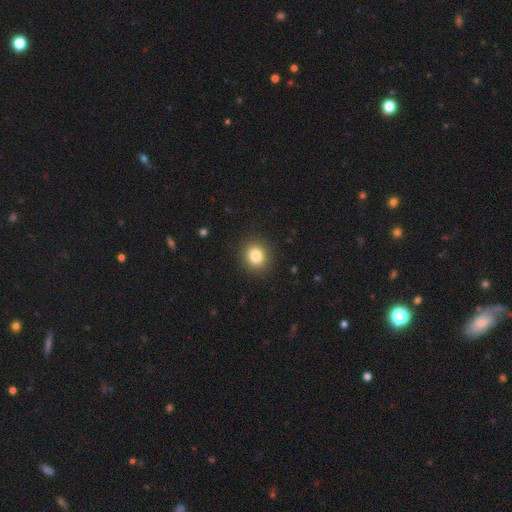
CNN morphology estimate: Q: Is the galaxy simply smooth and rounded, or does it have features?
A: smooth — 82%.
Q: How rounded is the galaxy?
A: round — 81%.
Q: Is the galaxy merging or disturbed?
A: none — 91%.